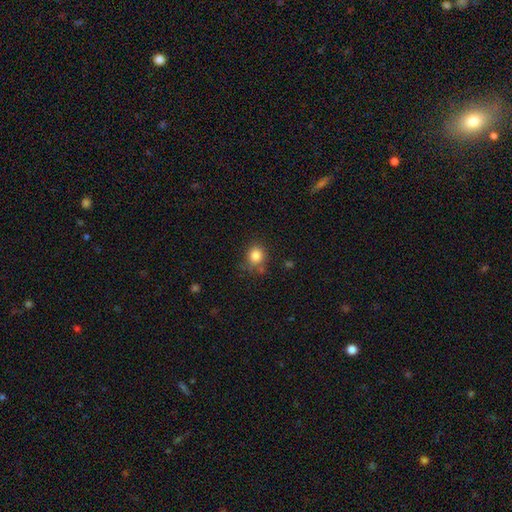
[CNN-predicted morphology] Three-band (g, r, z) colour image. It shows a smooth galaxy with no disk features (84%) that is round (76%). Merging: none (72%).